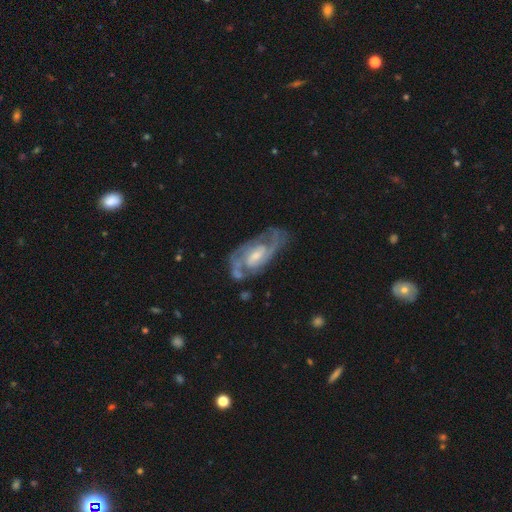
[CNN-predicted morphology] Smooth or featured? Predicted: featured or disk (p=0.85). Edge-on disk? Predicted: no (p=0.94). Bar? Predicted: weak (p=0.49). Spiral arms? Predicted: yes (p=0.94). Spiral winding? Predicted: medium (p=0.47). Spiral arm count? Predicted: 2 (p=0.66). Bulge size? Predicted: moderate (p=0.45). Merging? Predicted: none (p=0.64).